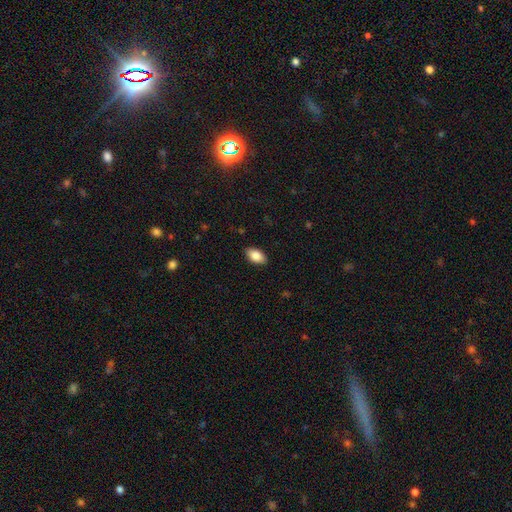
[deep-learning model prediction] Morphology: type=smooth (84%); roundness=in between (93%); merging=none (88%).